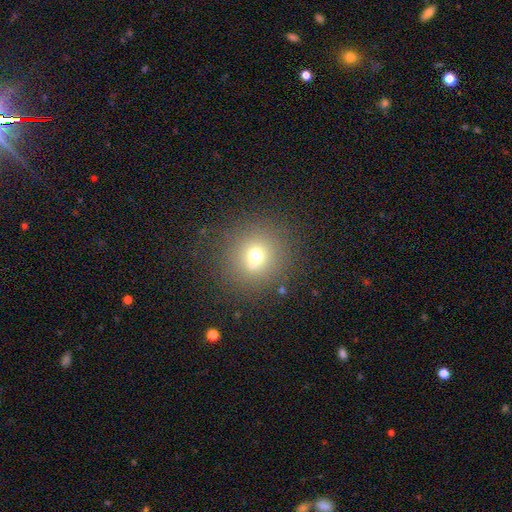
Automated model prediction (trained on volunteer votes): A smooth galaxy with no disk features (66%) that is round (92%).

Vote fractions:
- Smooth or featured? smooth: 66% / star or artifact: 20% / featured or disk: 14%
- How rounded? round: 92% / in between: 7% / cigar-shaped: 1%
- Merging? none: 76% / minor disturbance: 10% / merger: 9% / major disturbance: 5%